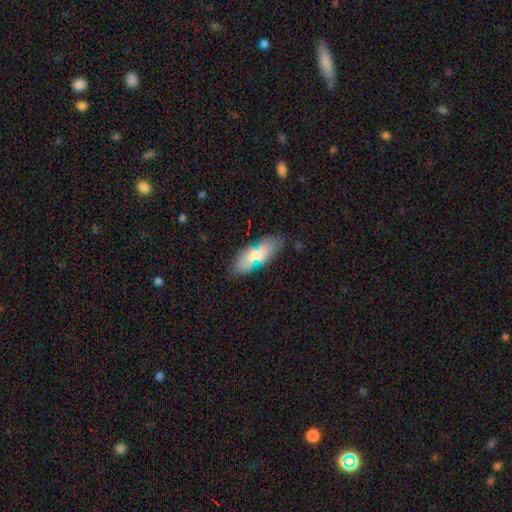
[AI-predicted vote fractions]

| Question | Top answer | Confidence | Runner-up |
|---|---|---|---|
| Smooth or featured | smooth | 73% | featured or disk (19%) |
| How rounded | in between | 70% | cigar-shaped (27%) |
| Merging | none | 76% | minor disturbance (16%) |